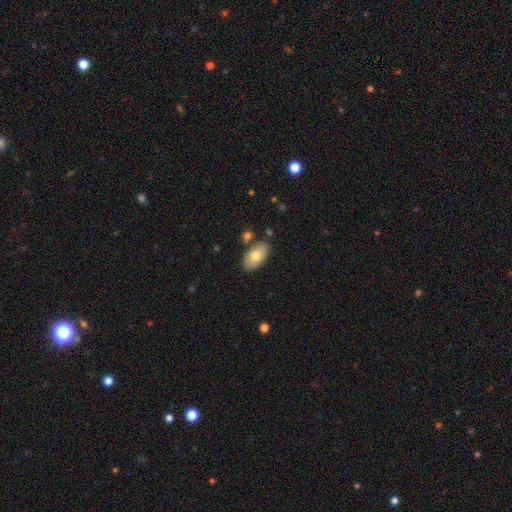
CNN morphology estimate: A smooth galaxy with no disk features (73%) that is in between round and cigar-shaped (94%).

Vote fractions:
- Smooth or featured? smooth: 73% / featured or disk: 21% / star or artifact: 7%
- How rounded? in between: 94% / round: 5% / cigar-shaped: 2%
- Merging? none: 80% / minor disturbance: 11% / merger: 6% / major disturbance: 2%